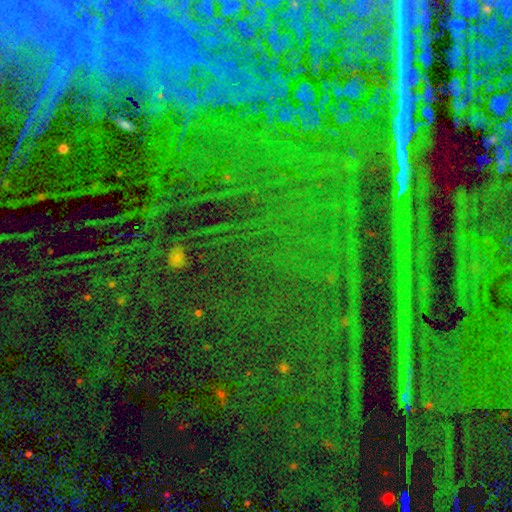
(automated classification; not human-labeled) Overall: star or artifact (87%).